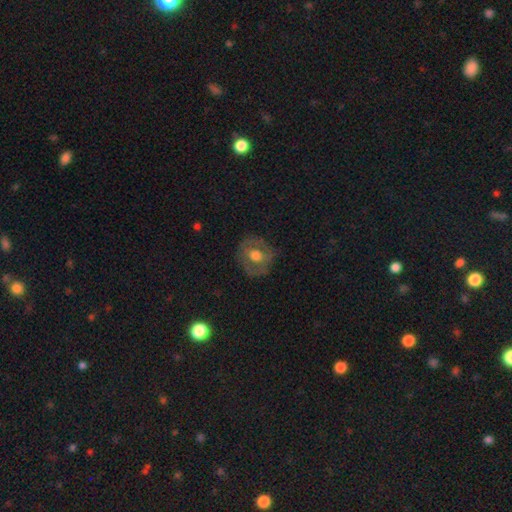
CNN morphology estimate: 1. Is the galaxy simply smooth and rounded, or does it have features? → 47% featured or disk, 46% smooth, 8% star or artifact.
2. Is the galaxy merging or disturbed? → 77% none, 15% minor disturbance, 7% major disturbance, 1% merger.